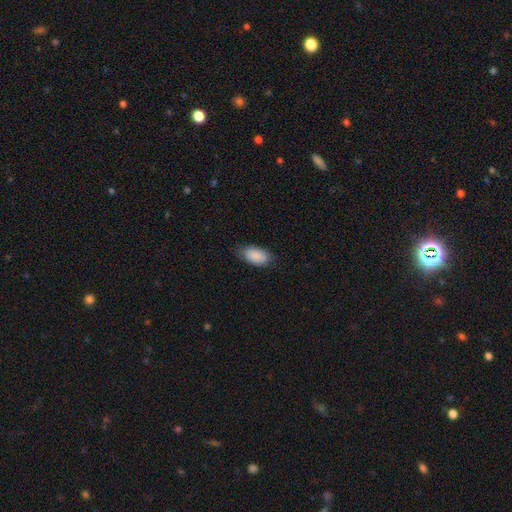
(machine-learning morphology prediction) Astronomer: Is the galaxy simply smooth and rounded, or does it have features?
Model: smooth — 89%.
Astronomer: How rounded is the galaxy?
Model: in between — 94%.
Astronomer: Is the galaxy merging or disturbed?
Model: none — 76%.